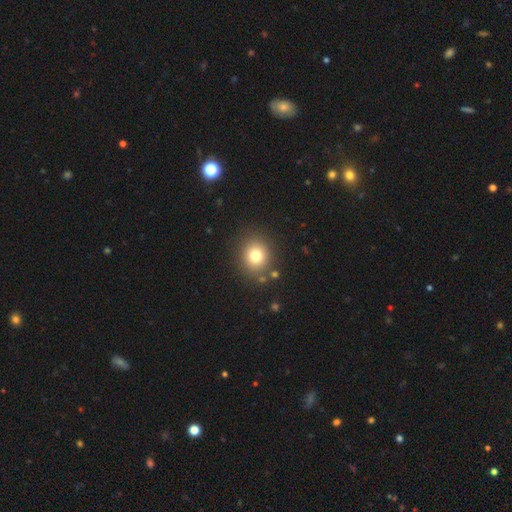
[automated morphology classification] smooth_or_featured: smooth (p=0.77) [alt: star or artifact p=0.13]
how_rounded: round (p=0.81) [alt: in between p=0.18]
merging: none (p=0.84) [alt: minor disturbance p=0.08]